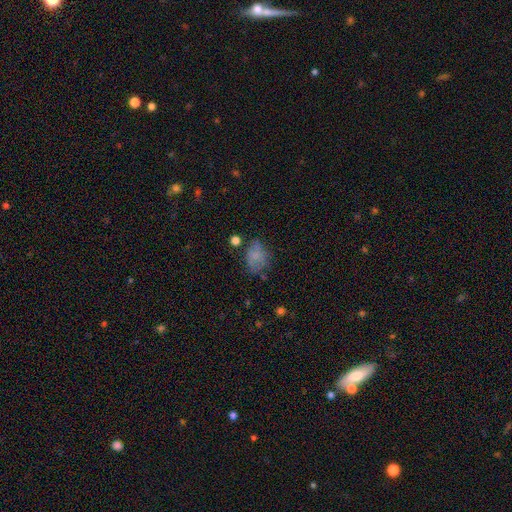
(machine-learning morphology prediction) Q: Smooth or featured?
A: smooth (68%); runner-up: featured or disk (18%)
Q: How rounded?
A: in between (64%); runner-up: round (35%)
Q: Merging?
A: none (48%); runner-up: minor disturbance (27%)